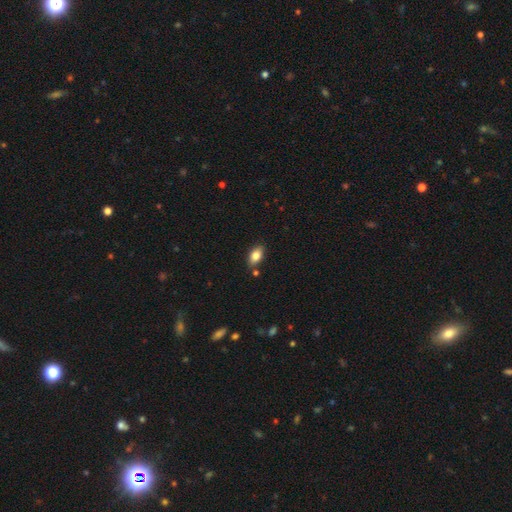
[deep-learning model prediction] smooth-or-featured: smooth: 83% | featured or disk: 9% | star or artifact: 8%
  how-rounded: in between: 90% | round: 7% | cigar-shaped: 3%
  merging: none: 81% | minor disturbance: 12% | merger: 5% | major disturbance: 3%